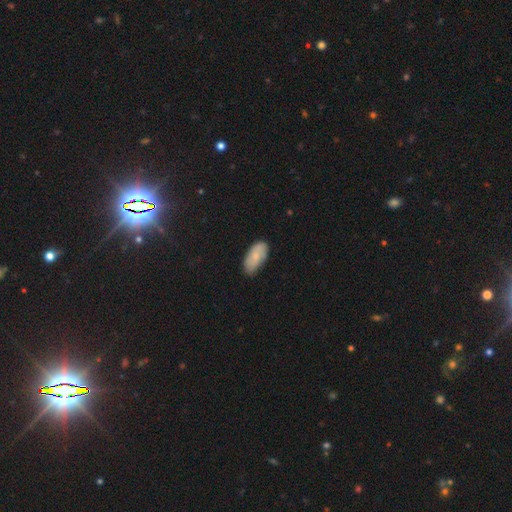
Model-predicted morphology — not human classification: Smooth or featured?
  - smooth: 75% *
  - featured or disk: 19%
  - star or artifact: 6%
How rounded?
  - in between: 91% *
  - cigar-shaped: 7%
  - round: 2%
Merging?
  - none: 77% *
  - minor disturbance: 19%
  - major disturbance: 3%
  - merger: 1%